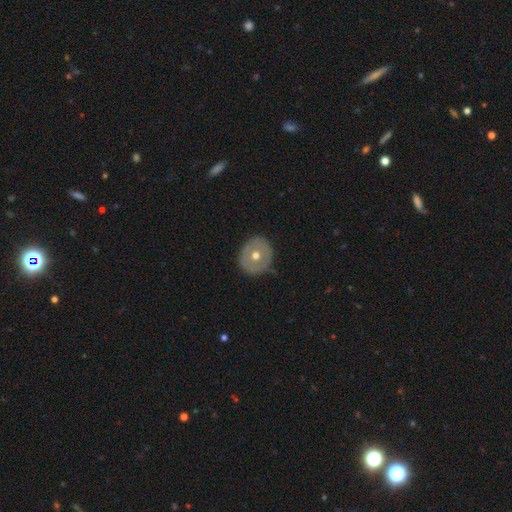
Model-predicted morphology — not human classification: A smooth galaxy with no disk features (49%).

Vote fractions:
- Smooth or featured? smooth: 49% / featured or disk: 44% / star or artifact: 7%
- Merging? none: 83% / minor disturbance: 13% / major disturbance: 3% / merger: 1%